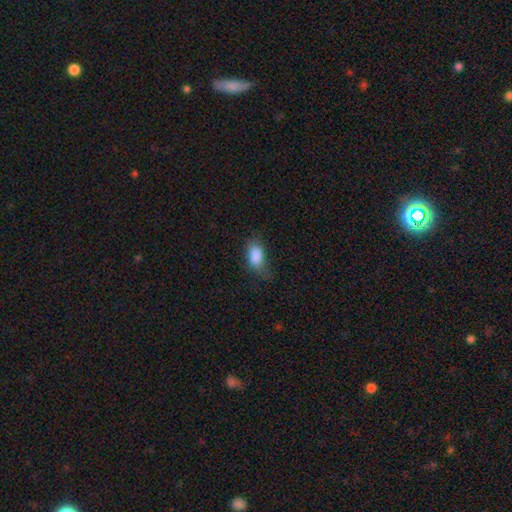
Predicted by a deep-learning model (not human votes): The model was most divided on "merging": none: 53%, minor disturbance: 32%, major disturbance: 14%, merger: 2%. More confident: how rounded — in between (90%); smooth or featured — smooth (86%).